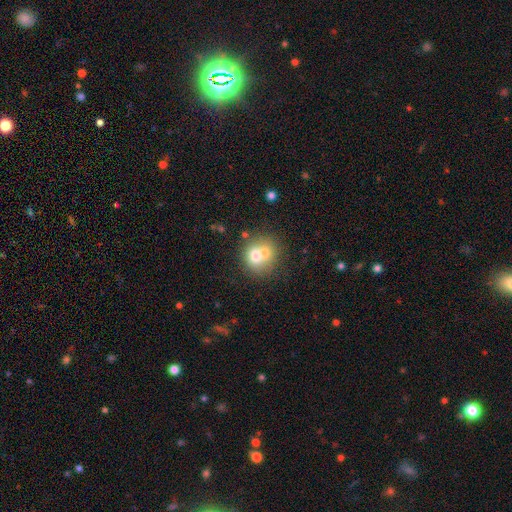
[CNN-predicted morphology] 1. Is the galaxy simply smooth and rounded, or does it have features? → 67% smooth, 22% featured or disk, 11% star or artifact.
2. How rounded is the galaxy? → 79% round, 20% in between, 1% cigar-shaped.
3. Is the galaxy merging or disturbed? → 53% merger, 35% none, 8% minor disturbance, 4% major disturbance.